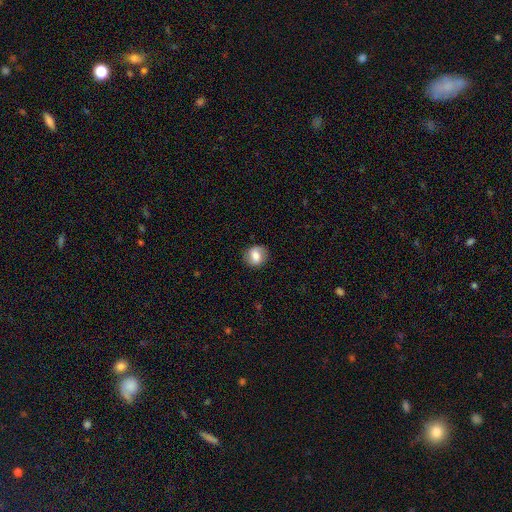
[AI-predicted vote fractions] Morphology: type=smooth (65%); roundness=round (75%); merging=none (85%).